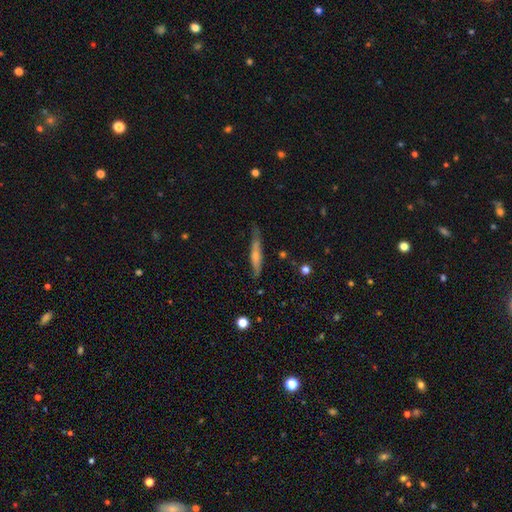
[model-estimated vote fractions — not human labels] Morphology: type=smooth (55%); roundness=cigar-shaped (91%); merging=none (71%).